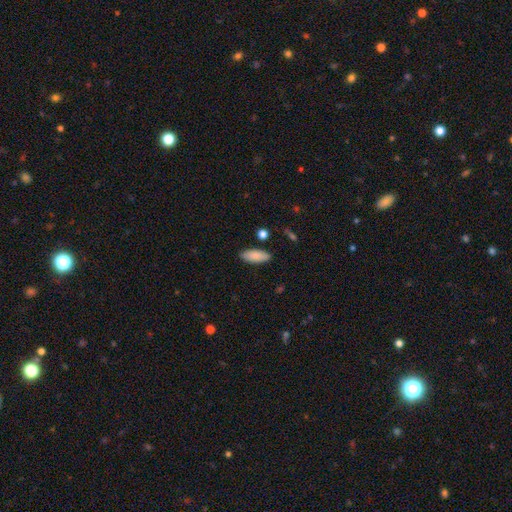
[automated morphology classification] This appears to be a smooth galaxy with no disk features (86%) that is in between round and cigar-shaped (80%). Merging: none (86%).